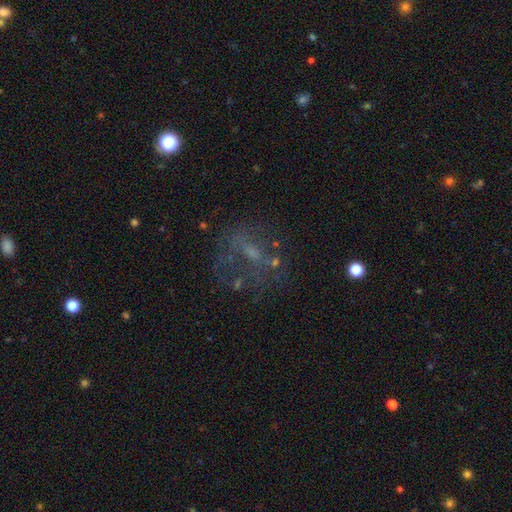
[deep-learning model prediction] A featured or disk galaxy (43%).

Vote fractions:
- Smooth or featured? featured or disk: 43% / star or artifact: 32% / smooth: 25%
- Merging? none: 52% / major disturbance: 25% / minor disturbance: 16% / merger: 7%